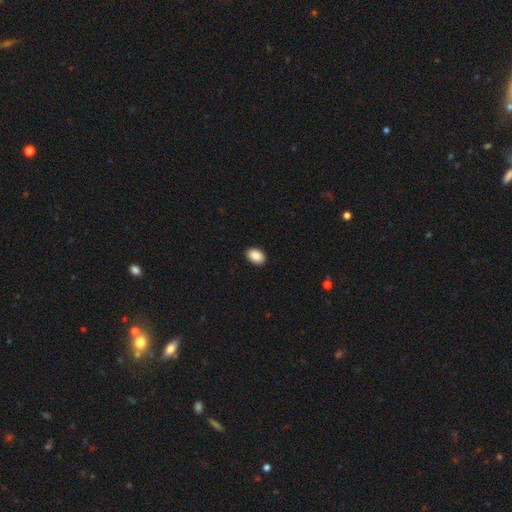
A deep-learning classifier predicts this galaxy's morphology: Smooth or featured? smooth (90%)
How rounded? in between (86%)
Merging? none (91%)